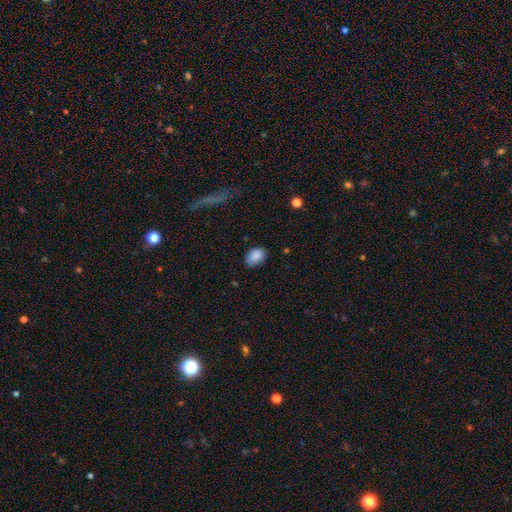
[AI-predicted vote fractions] smooth_or_featured: smooth (p=0.88) [alt: star or artifact p=0.08]
how_rounded: in between (p=0.84) [alt: round p=0.15]
merging: none (p=0.79) [alt: minor disturbance p=0.17]